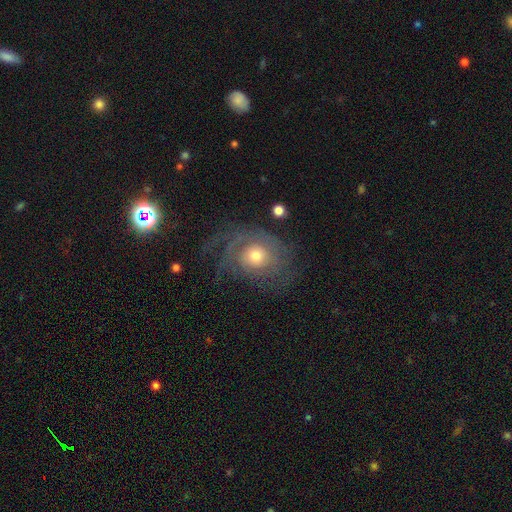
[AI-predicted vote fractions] The model was most divided on "spiral winding": tight: 52%, medium: 31%, loose: 17%. Remaining: edge-on disk — no (96%); bar — no (84%); spiral arms — yes (79%); smooth or featured — featured or disk (68%); bulge size — moderate (59%); merging — none (57%); spiral arm count — can't tell (45%).